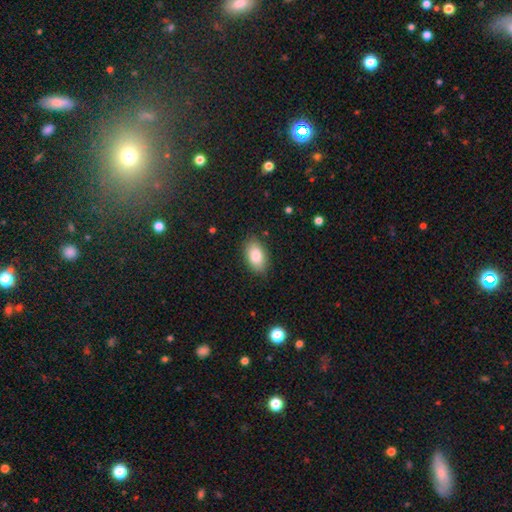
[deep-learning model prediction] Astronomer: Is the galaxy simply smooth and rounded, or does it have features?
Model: smooth — 84%.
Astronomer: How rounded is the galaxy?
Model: in between — 93%.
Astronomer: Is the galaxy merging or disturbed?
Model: none — 86%.